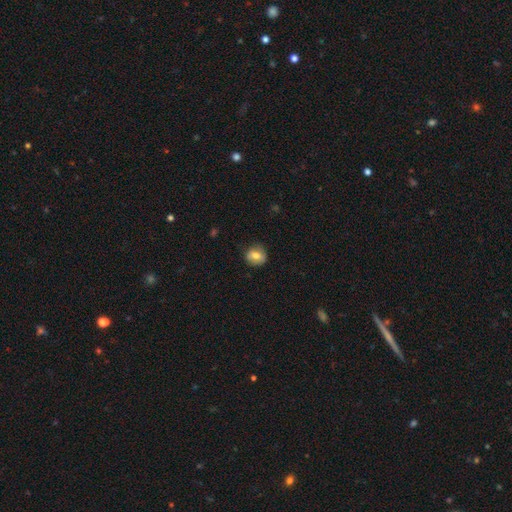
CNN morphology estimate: A smooth galaxy with no disk features (73%) that is round (76%). Merging: none (83%).